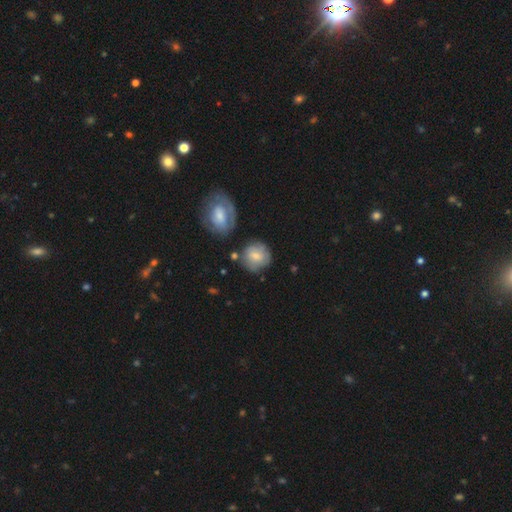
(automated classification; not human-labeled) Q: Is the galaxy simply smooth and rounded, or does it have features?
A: smooth — 70%.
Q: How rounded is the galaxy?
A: round — 86%.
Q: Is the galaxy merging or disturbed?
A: none — 69%.